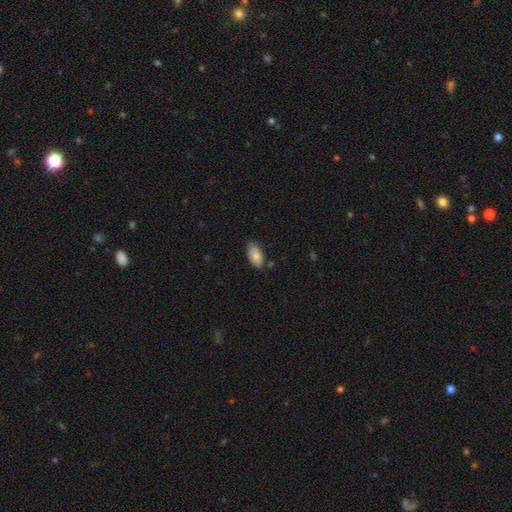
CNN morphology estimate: type=smooth (86%); roundness=in between (93%); merging=none (77%).